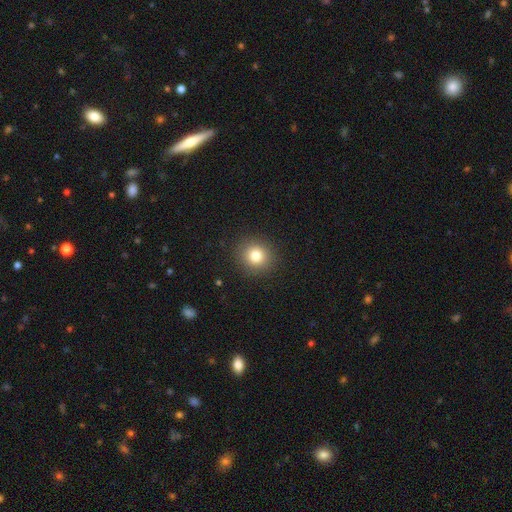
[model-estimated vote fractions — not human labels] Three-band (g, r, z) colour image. It shows a smooth galaxy with no disk features (81%) that is round (87%). Merging: none (90%).